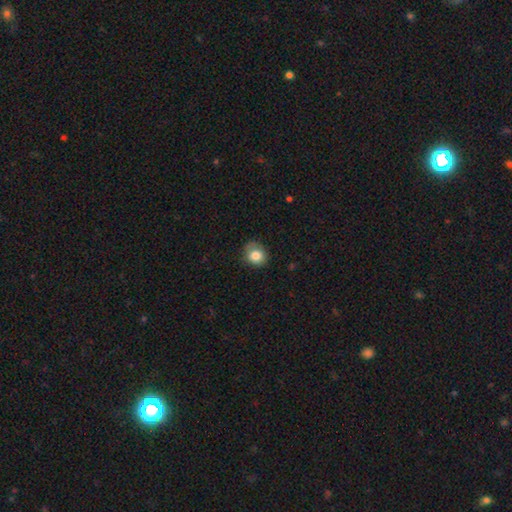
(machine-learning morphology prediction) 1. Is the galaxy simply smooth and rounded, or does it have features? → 83% smooth, 9% star or artifact, 8% featured or disk.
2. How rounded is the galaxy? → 76% round, 23% in between, 1% cigar-shaped.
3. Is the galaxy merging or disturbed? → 67% none, 25% minor disturbance, 6% major disturbance, 2% merger.